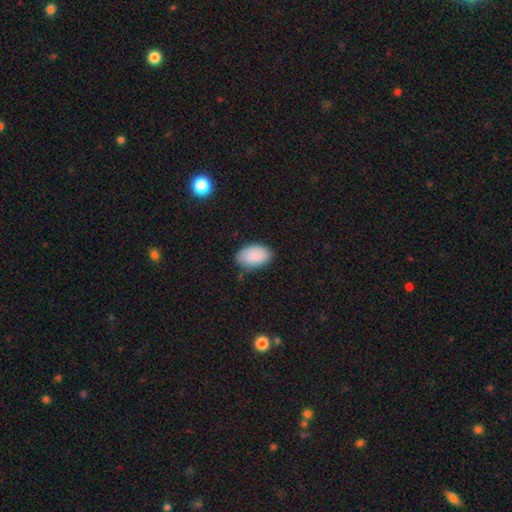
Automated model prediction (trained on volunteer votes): This appears to be a smooth galaxy with no disk features (87%) that is in between round and cigar-shaped (93%). Merging: none (78%).